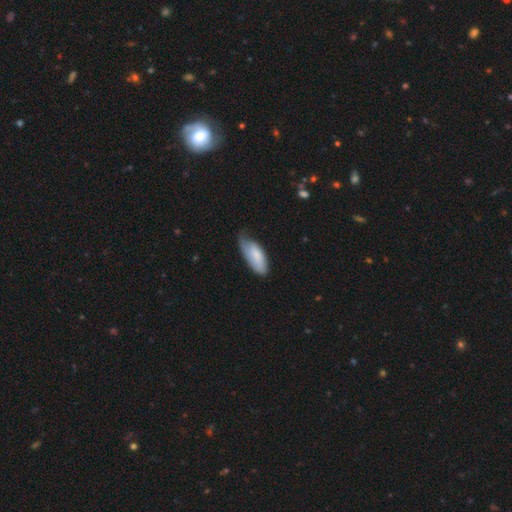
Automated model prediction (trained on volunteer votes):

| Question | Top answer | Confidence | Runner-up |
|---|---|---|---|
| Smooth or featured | smooth | 78% | featured or disk (17%) |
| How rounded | in between | 85% | cigar-shaped (13%) |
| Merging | minor disturbance | 48% | none (35%) |